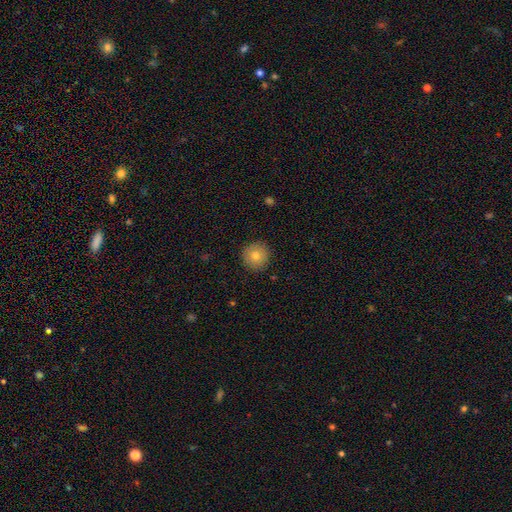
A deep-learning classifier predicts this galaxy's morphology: Q: Smooth or featured?
A: smooth (78%); runner-up: featured or disk (13%)
Q: How rounded?
A: round (95%); runner-up: in between (4%)
Q: Merging?
A: none (91%); runner-up: minor disturbance (7%)